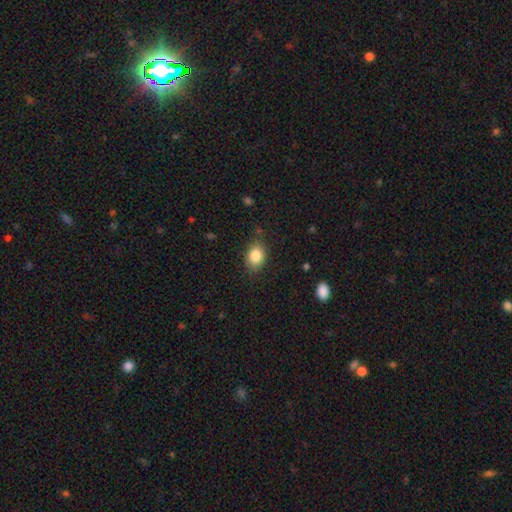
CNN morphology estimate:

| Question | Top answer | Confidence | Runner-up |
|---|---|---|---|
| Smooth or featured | smooth | 84% | star or artifact (8%) |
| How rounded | in between | 70% | round (29%) |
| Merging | none | 82% | minor disturbance (13%) |